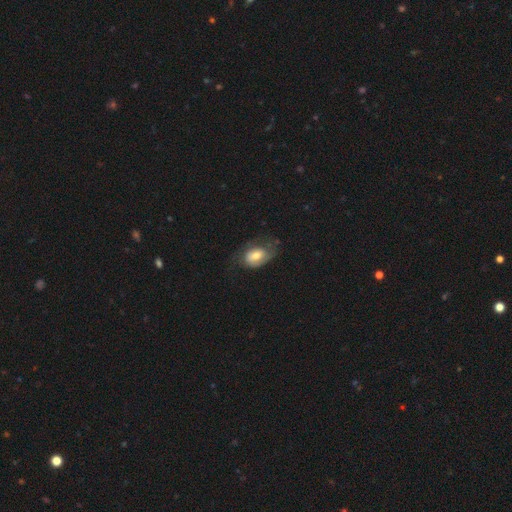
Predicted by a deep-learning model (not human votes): Overall: smooth (56%; featured or disk 36%). How rounded: in between (83%). Merging: none (45%; minor disturbance 30%).